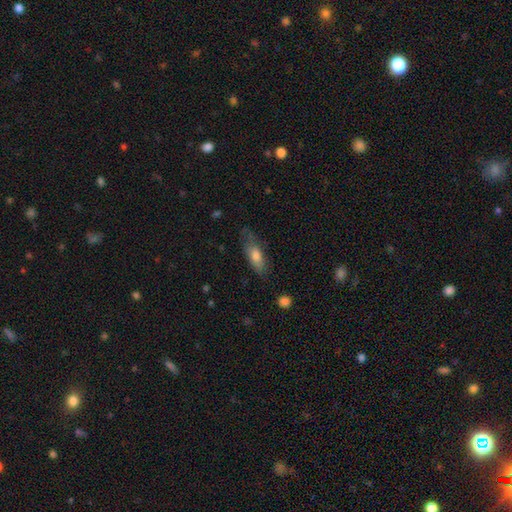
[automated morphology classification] Smooth or featured?
  - smooth: 71% *
  - featured or disk: 22%
  - star or artifact: 7%
How rounded?
  - in between: 62% *
  - cigar-shaped: 36%
  - round: 3%
Merging?
  - none: 61% *
  - minor disturbance: 27%
  - major disturbance: 10%
  - merger: 2%